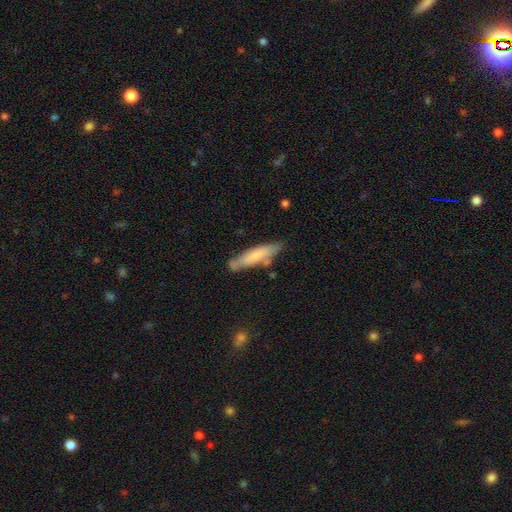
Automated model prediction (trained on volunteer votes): The model was most divided on "smooth or featured": smooth: 66%, featured or disk: 28%, star or artifact: 6%. More confident: how rounded — cigar-shaped (80%); merging — none (73%).